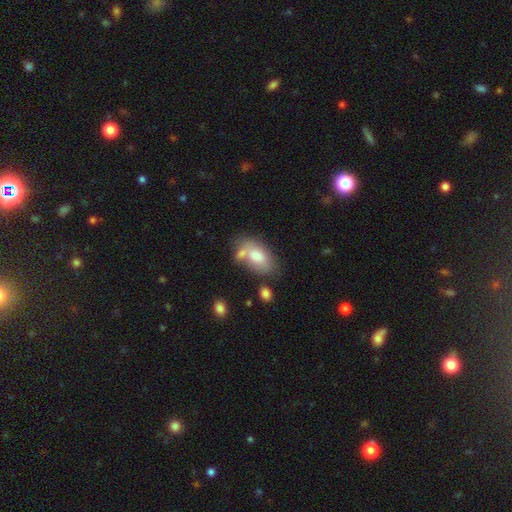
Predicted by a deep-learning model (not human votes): smooth 77%, featured or disk 16%, star or artifact 7%. Down the decision tree: how rounded — in between (92%); merging — none (43%).